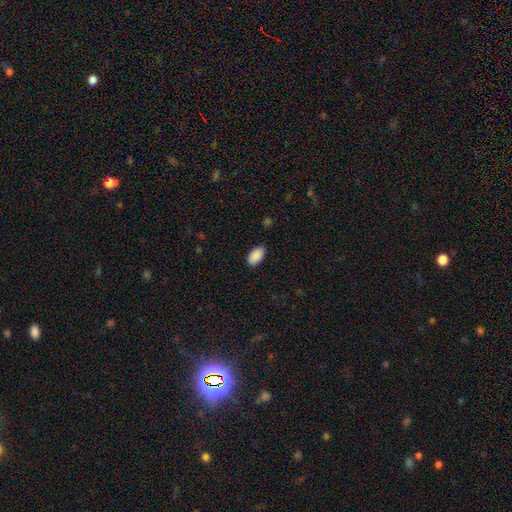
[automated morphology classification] Smooth or featured: smooth — 90% (star or artifact — 7%)
How rounded: in between — 95% (round — 3%)
Merging: none — 86% (minor disturbance — 11%)